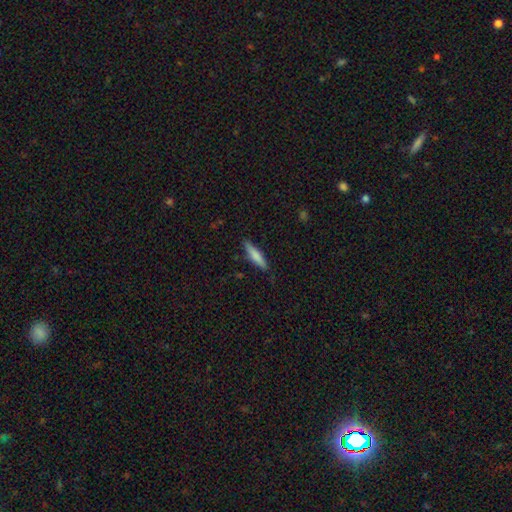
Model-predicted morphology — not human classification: Overall: smooth (72%). How rounded: cigar-shaped (83%). Merging: none (85%).